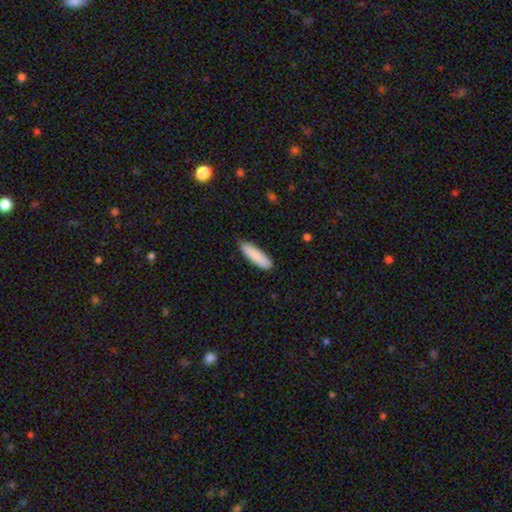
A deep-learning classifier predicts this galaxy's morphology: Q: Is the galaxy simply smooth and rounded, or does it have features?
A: smooth — 88%.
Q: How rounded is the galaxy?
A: cigar-shaped — 64%.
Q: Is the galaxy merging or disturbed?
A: none — 88%.